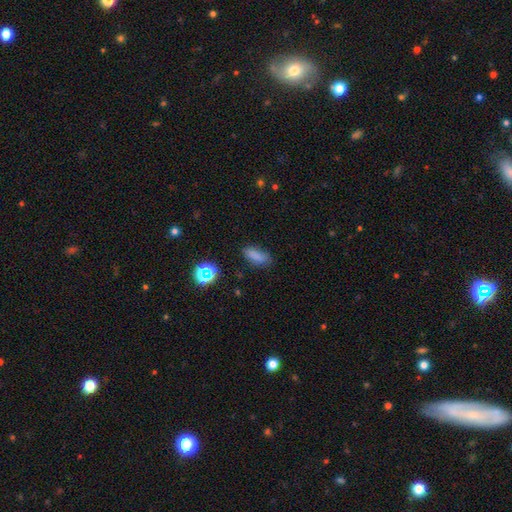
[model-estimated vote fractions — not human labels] smooth-or-featured: smooth: 79% | star or artifact: 14% | featured or disk: 7%
  how-rounded: in between: 74% | cigar-shaped: 22% | round: 4%
  merging: none: 73% | minor disturbance: 19% | major disturbance: 5% | merger: 2%